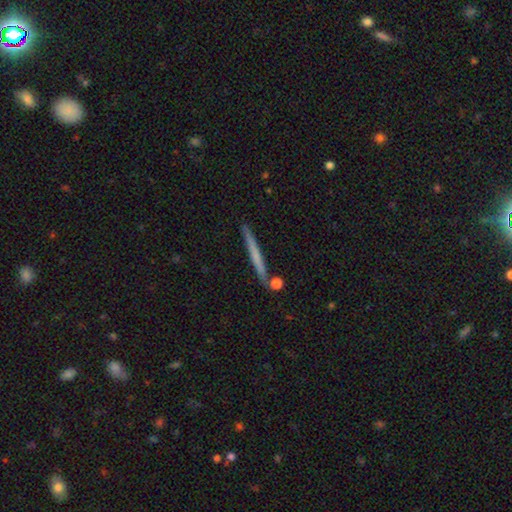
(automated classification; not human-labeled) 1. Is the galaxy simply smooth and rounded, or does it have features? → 53% smooth, 41% featured or disk, 6% star or artifact.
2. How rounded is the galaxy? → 97% cigar-shaped, 2% in between, 2% round.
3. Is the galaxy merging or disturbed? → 86% none, 8% minor disturbance, 4% merger, 2% major disturbance.